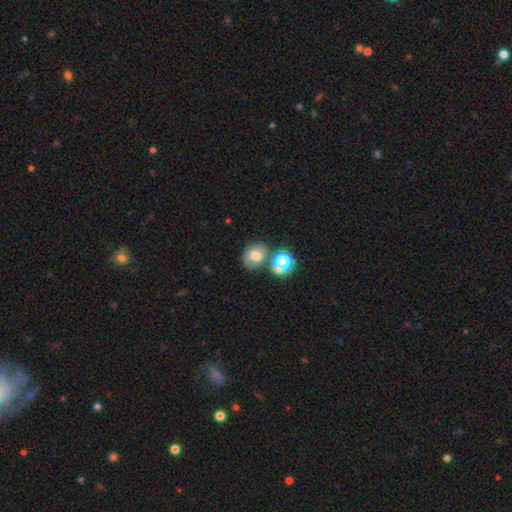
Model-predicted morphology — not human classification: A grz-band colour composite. It shows a smooth galaxy with no disk features (61%) that is round (62%). Merging: none (58%).